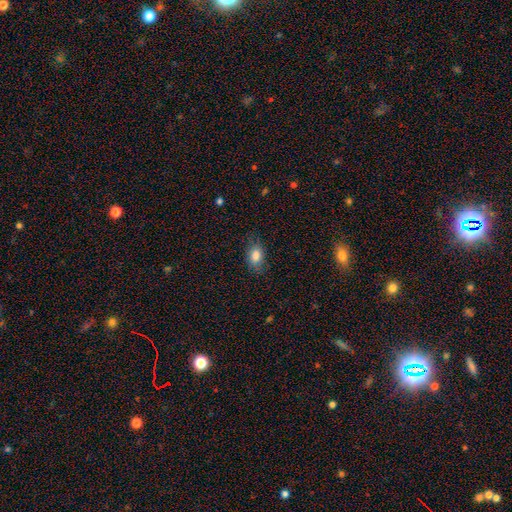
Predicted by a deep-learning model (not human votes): A smooth galaxy with no disk features (82%) that is in between round and cigar-shaped (82%).

Vote fractions:
- Smooth or featured? smooth: 82% / featured or disk: 9% / star or artifact: 9%
- How rounded? in between: 82% / round: 16% / cigar-shaped: 2%
- Merging? none: 77% / minor disturbance: 17% / major disturbance: 5% / merger: 1%